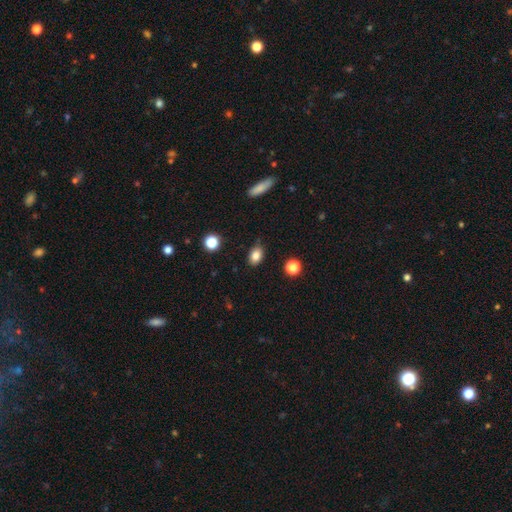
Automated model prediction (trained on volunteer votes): Overall: smooth (84%). How rounded: in between (78%). Merging: none (83%).